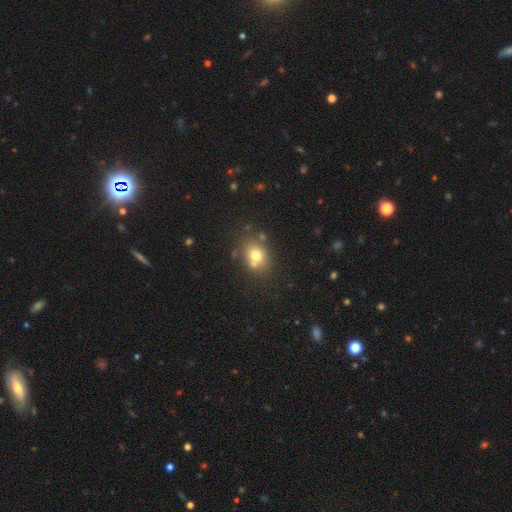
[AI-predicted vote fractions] The model was most divided on "how rounded": round: 55%, in between: 44%, cigar-shaped: 1%. More confident: smooth or featured — smooth (71%); merging — none (63%).